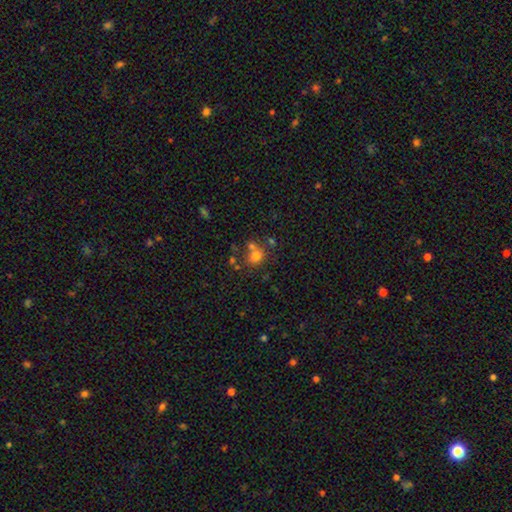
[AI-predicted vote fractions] A smooth galaxy with no disk features (72%) that is round (69%). Merging: none (54%).